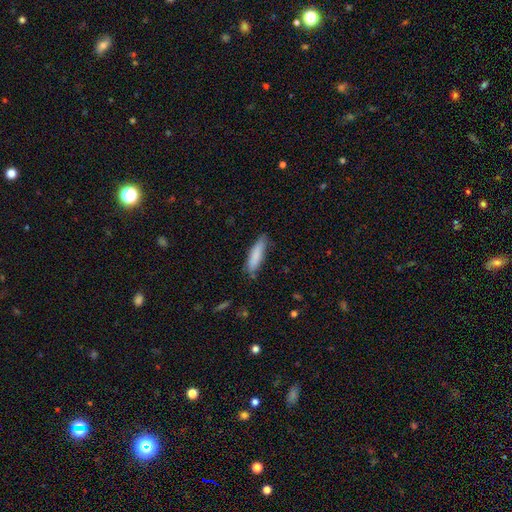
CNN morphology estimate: Smooth or featured: smooth — 84% (featured or disk — 10%)
How rounded: cigar-shaped — 73% (in between — 25%)
Merging: none — 78% (minor disturbance — 17%)